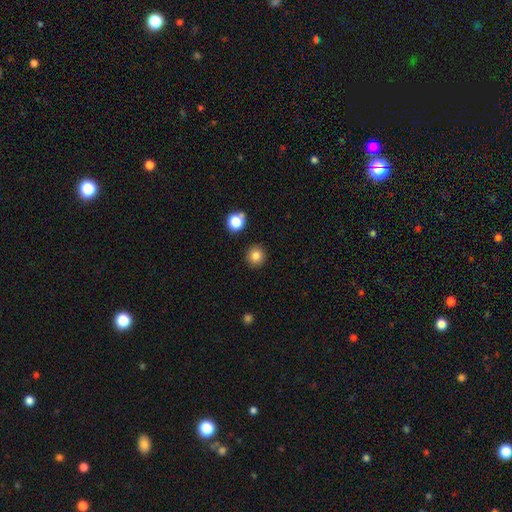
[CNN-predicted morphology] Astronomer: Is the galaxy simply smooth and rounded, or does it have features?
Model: smooth — 83%.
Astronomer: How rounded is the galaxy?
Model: round — 92%.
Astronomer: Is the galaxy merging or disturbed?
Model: none — 91%.